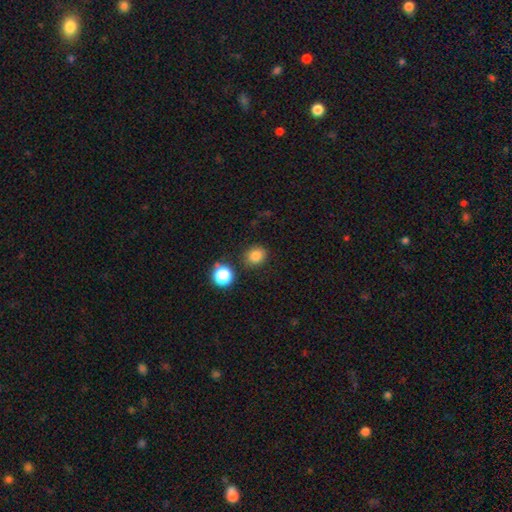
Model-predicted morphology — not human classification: Smooth or featured: smooth — 81% (star or artifact — 13%)
How rounded: round — 72% (in between — 27%)
Merging: none — 84% (minor disturbance — 9%)